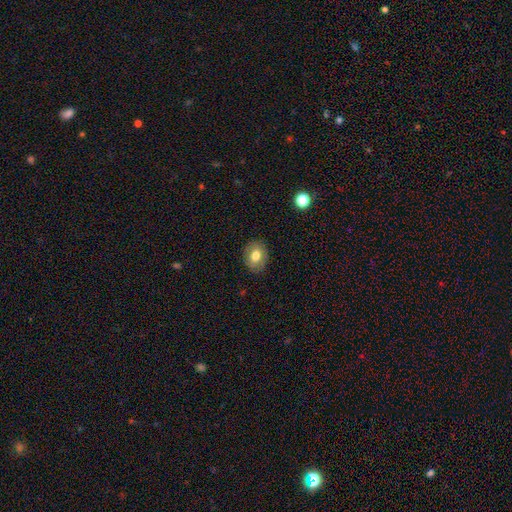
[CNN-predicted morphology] Q: Smooth or featured?
A: smooth (76%); runner-up: featured or disk (15%)
Q: How rounded?
A: in between (51%); runner-up: round (48%)
Q: Merging?
A: none (87%); runner-up: minor disturbance (9%)